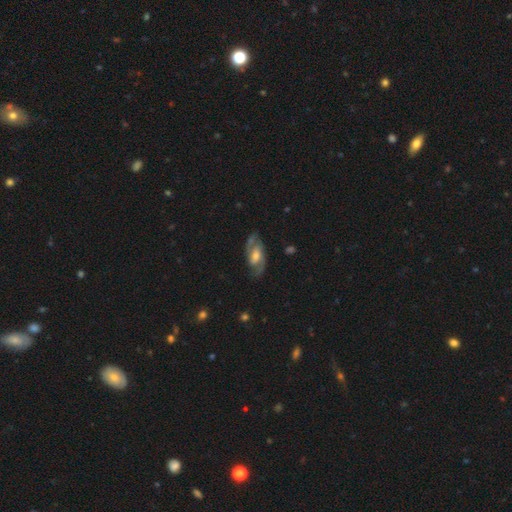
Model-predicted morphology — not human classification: Smooth or featured? Predicted: featured or disk (p=0.80). Edge-on disk? Predicted: no (p=0.94). Bar? Predicted: weak (p=0.49). Spiral arms? Predicted: yes (p=0.93). Spiral winding? Predicted: medium (p=0.52). Spiral arm count? Predicted: 2 (p=0.88). Bulge size? Predicted: moderate (p=0.53). Merging? Predicted: none (p=0.77).